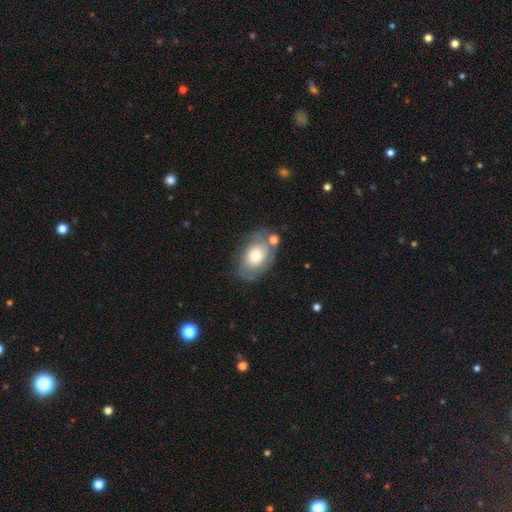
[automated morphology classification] Smooth or featured?
  - smooth: 51% *
  - featured or disk: 42%
  - star or artifact: 7%
How rounded?
  - in between: 82% *
  - round: 17%
  - cigar-shaped: 1%
Merging?
  - none: 58% *
  - minor disturbance: 21%
  - merger: 12%
  - major disturbance: 9%